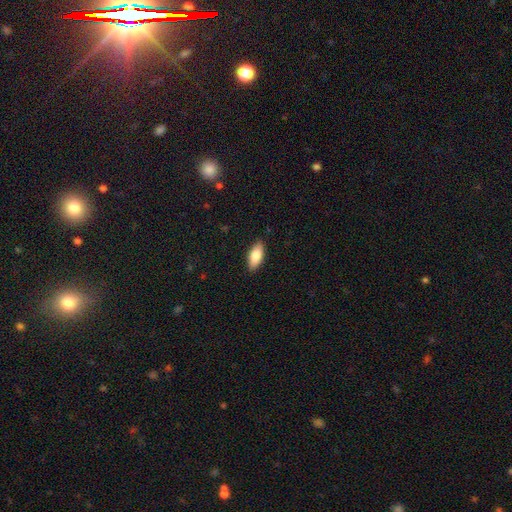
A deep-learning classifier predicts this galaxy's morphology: A smooth galaxy with no disk features (84%) that is in between round and cigar-shaped (86%). Merging: none (87%).